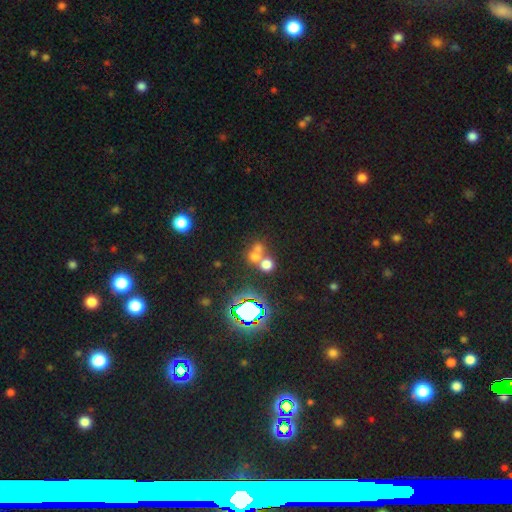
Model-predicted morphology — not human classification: Smooth or featured? smooth (57%)
How rounded? round (77%)
Merging? merger (46%)